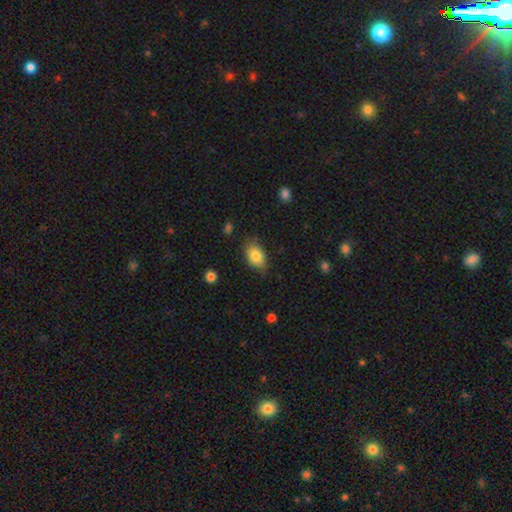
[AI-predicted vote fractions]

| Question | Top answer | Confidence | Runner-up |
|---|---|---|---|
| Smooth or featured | smooth | 82% | featured or disk (10%) |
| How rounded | in between | 87% | round (11%) |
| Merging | none | 73% | minor disturbance (21%) |